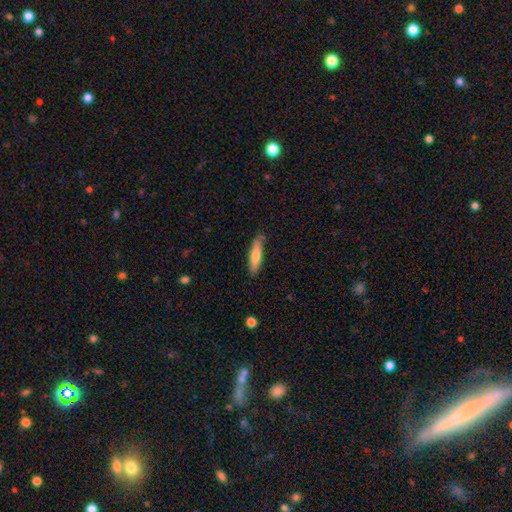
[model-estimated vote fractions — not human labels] smooth 71%, featured or disk 23%, star or artifact 6%. Down the decision tree: how rounded — cigar-shaped (78%); merging — none (83%).